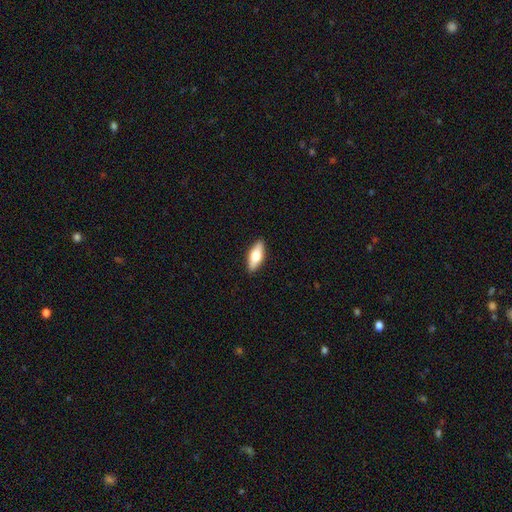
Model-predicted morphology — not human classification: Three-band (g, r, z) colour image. It shows a smooth galaxy with no disk features (62%) that is in between round and cigar-shaped (70%). Merging: none (90%).